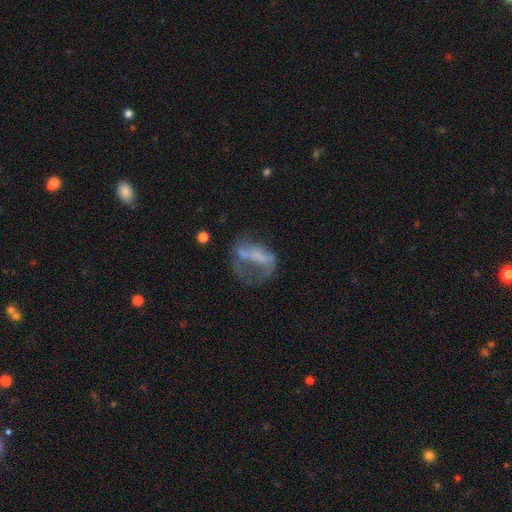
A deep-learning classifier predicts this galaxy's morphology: Smooth or featured: featured or disk — 52% (smooth — 33%)
Edge-on disk: no — 95% (yes — 5%)
Merging: major disturbance — 46% (none — 27%)